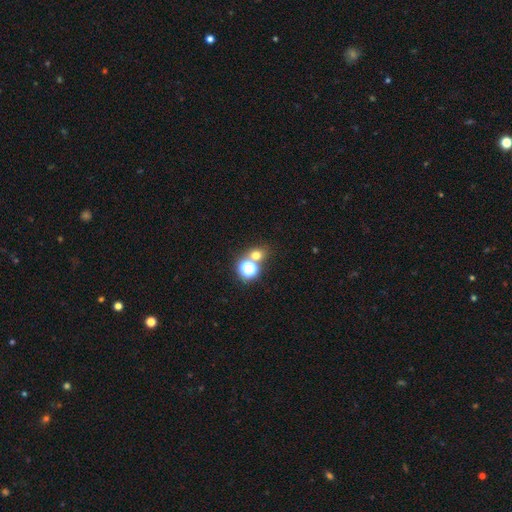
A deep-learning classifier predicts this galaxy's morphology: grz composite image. It shows a smooth galaxy with no disk features (61%) that is round (75%). Merging: none (63%).